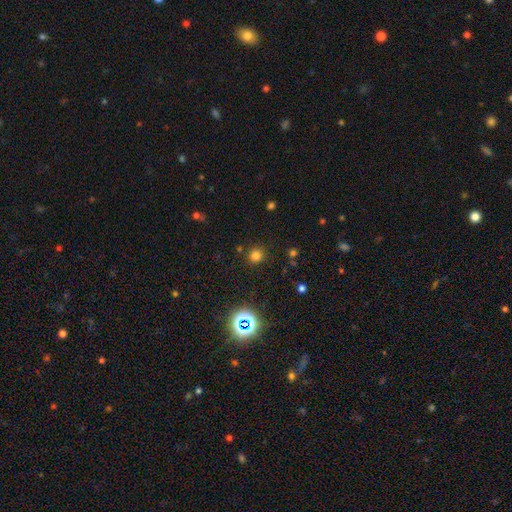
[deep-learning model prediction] Smooth or featured?
  - smooth: 74% *
  - star or artifact: 21%
  - featured or disk: 5%
How rounded?
  - round: 91% *
  - in between: 8%
  - cigar-shaped: 1%
Merging?
  - none: 88% *
  - minor disturbance: 7%
  - major disturbance: 3%
  - merger: 2%